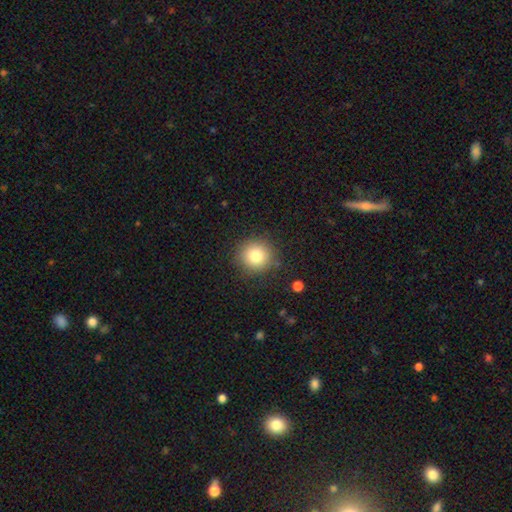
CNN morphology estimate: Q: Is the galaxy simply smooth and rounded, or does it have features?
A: smooth — 81%.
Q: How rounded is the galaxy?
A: round — 92%.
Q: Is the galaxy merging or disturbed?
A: none — 87%.